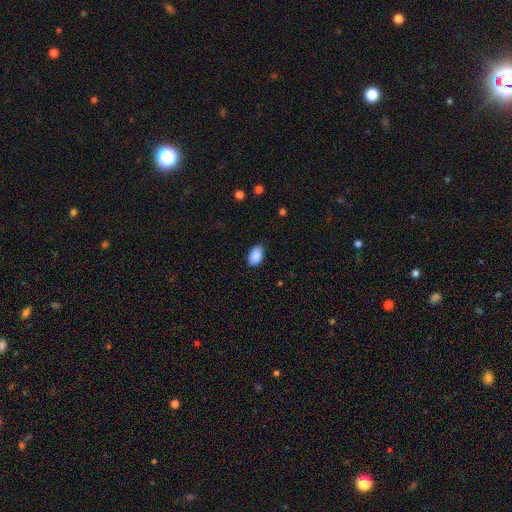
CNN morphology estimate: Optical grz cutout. It shows a smooth galaxy with no disk features (89%) that is in between round and cigar-shaped (93%). Merging: none (82%).